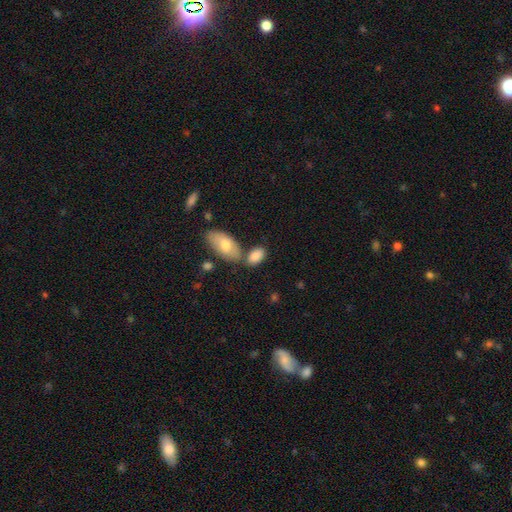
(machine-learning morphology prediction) Smooth or featured?
  - smooth: 84% *
  - featured or disk: 10%
  - star or artifact: 7%
How rounded?
  - in between: 91% *
  - round: 5%
  - cigar-shaped: 3%
Merging?
  - none: 54% *
  - merger: 25%
  - minor disturbance: 16%
  - major disturbance: 5%